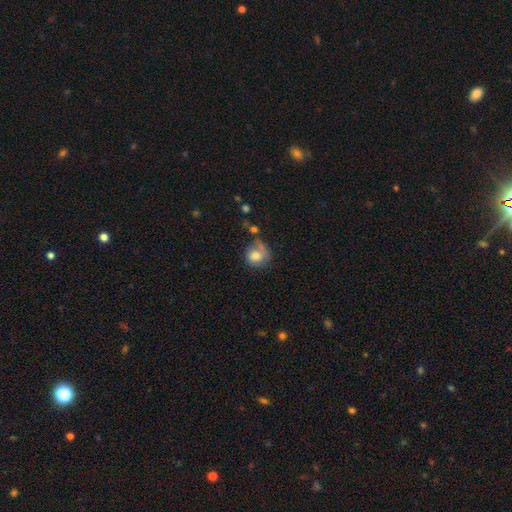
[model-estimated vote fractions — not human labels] smooth 73%, featured or disk 19%, star or artifact 8%. Down the decision tree: how rounded — round (74%); merging — none (43%).